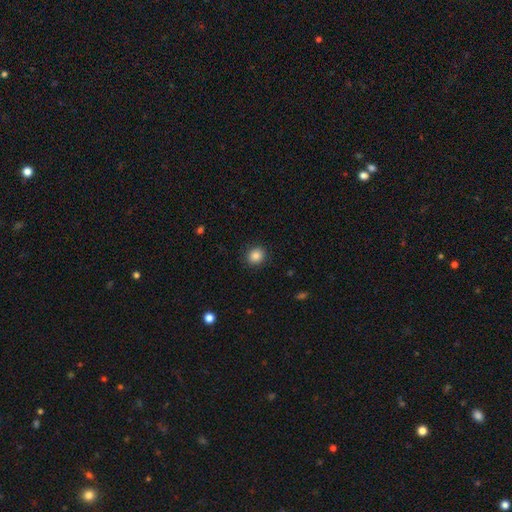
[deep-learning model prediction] Smooth or featured? smooth (84%)
How rounded? round (77%)
Merging? none (89%)